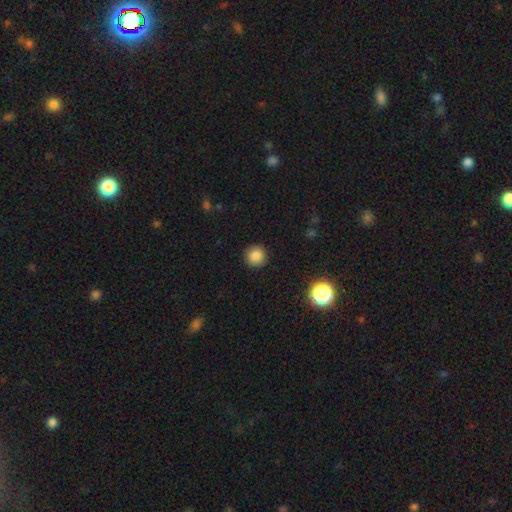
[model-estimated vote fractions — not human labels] Q: Smooth or featured?
A: smooth (85%); runner-up: star or artifact (11%)
Q: How rounded?
A: round (95%); runner-up: in between (4%)
Q: Merging?
A: none (91%); runner-up: minor disturbance (6%)